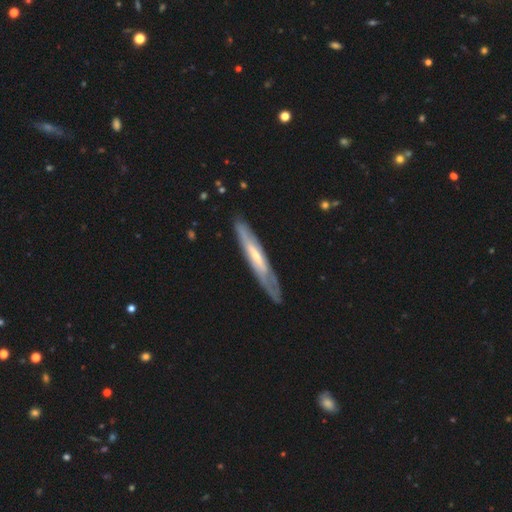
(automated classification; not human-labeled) Overall: featured or disk (64%; smooth 31%). Edge-on disk: yes (67%; no 33%). Merging: none (76%).